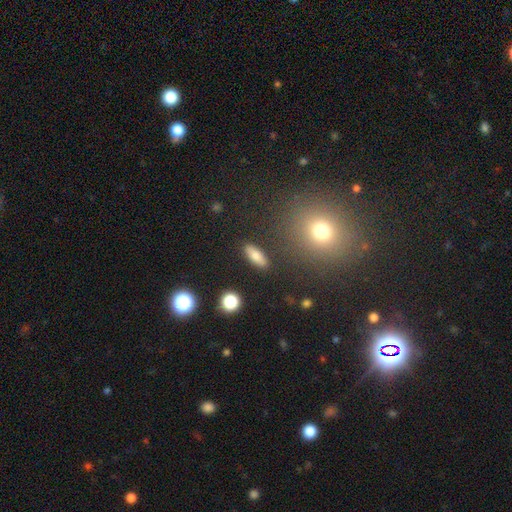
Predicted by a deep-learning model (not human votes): This appears to be a smooth galaxy with no disk features (75%) that is in between round and cigar-shaped (59%). Merging: none (88%).